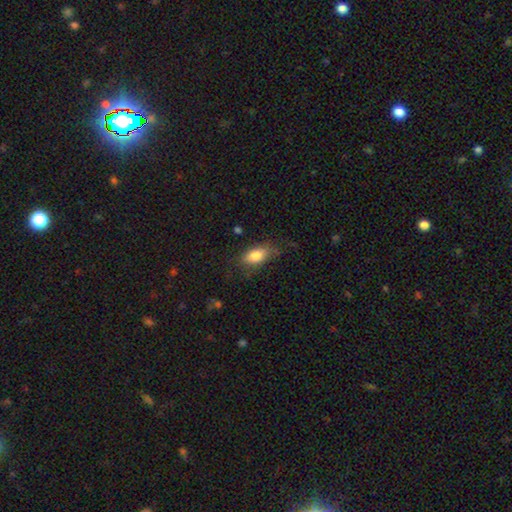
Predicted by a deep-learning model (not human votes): A smooth galaxy with no disk features (82%) that is in between round and cigar-shaped (88%). Merging: none (66%).